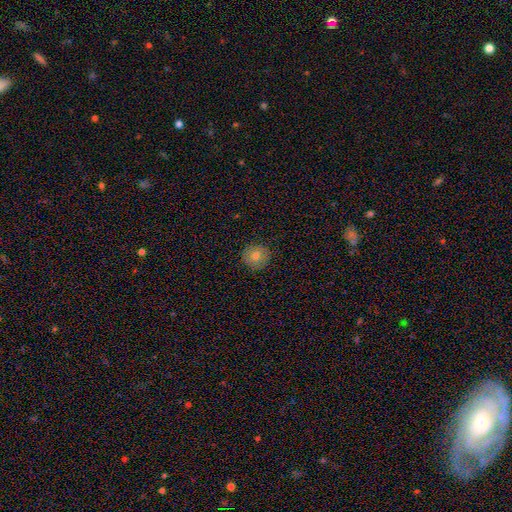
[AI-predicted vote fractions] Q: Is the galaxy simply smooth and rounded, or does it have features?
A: smooth — 71%.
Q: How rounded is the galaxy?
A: round — 93%.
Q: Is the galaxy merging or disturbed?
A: none — 89%.